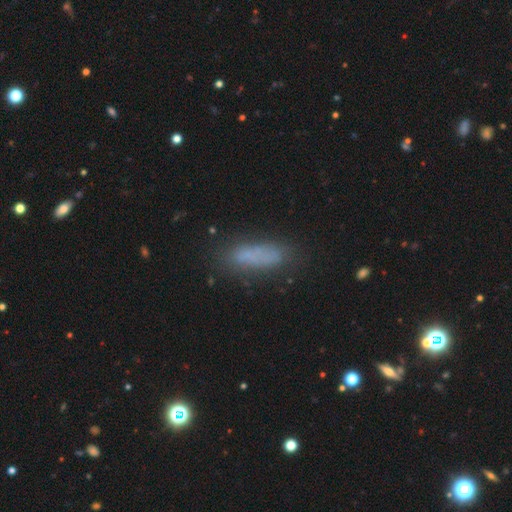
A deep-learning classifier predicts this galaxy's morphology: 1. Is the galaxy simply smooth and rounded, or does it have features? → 75% smooth, 13% featured or disk, 12% star or artifact.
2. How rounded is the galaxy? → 50% cigar-shaped, 47% in between, 3% round.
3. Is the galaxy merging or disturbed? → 73% none, 18% minor disturbance, 7% major disturbance, 3% merger.